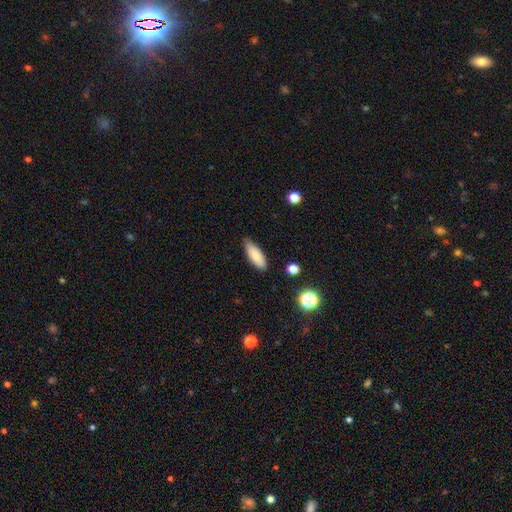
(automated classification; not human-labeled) Smooth or featured?
  - smooth: 83% *
  - featured or disk: 10%
  - star or artifact: 7%
How rounded?
  - in between: 72% *
  - cigar-shaped: 26%
  - round: 2%
Merging?
  - none: 73% *
  - minor disturbance: 22%
  - major disturbance: 3%
  - merger: 2%